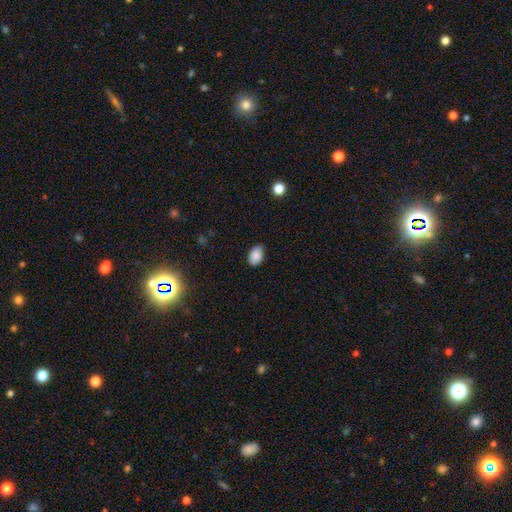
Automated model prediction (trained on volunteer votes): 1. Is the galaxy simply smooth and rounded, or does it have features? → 87% smooth, 8% star or artifact, 5% featured or disk.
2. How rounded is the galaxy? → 86% in between, 13% round, 1% cigar-shaped.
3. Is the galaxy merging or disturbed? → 82% none, 14% minor disturbance, 2% major disturbance, 1% merger.